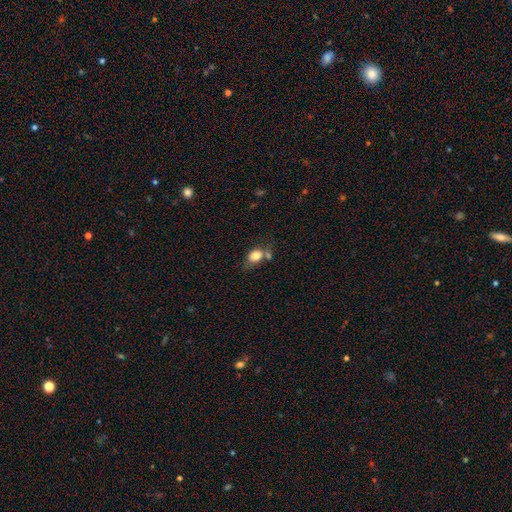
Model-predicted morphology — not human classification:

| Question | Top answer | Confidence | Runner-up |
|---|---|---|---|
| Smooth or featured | smooth | 80% | featured or disk (11%) |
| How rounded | in between | 68% | round (30%) |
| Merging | none | 46% | merger (27%) |